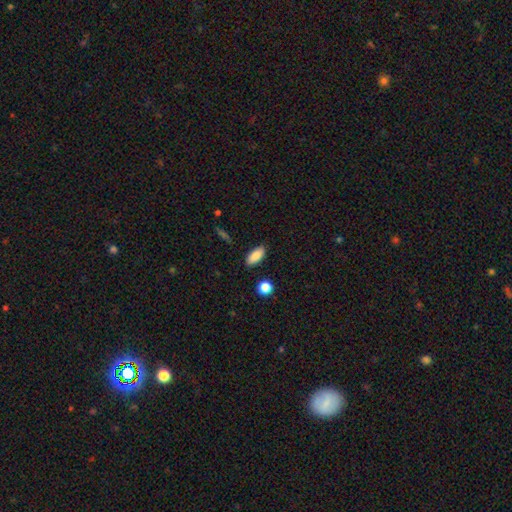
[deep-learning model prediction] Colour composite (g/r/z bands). It shows a smooth galaxy with no disk features (85%) that is in between round and cigar-shaped (86%). Merging: none (86%).